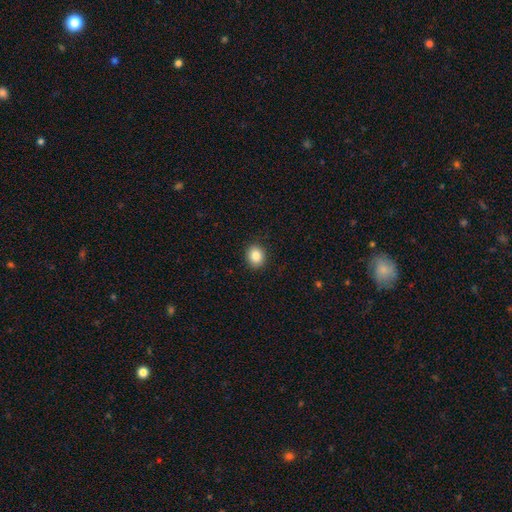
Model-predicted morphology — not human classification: Smooth or featured? Predicted: smooth (p=0.86). How rounded? Predicted: round (p=0.70). Merging? Predicted: none (p=0.90).